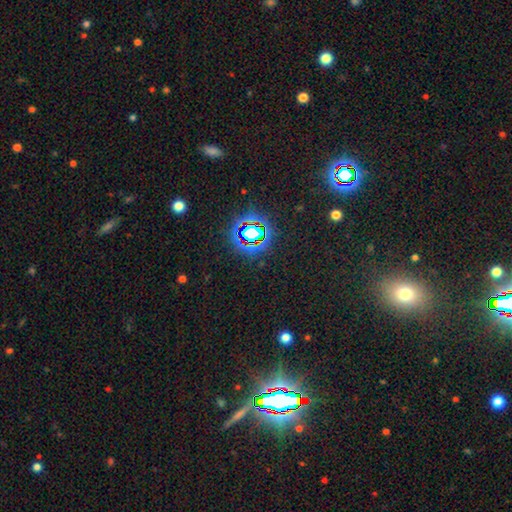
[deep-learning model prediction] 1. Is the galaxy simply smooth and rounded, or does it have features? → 80% star or artifact, 12% smooth, 9% featured or disk.